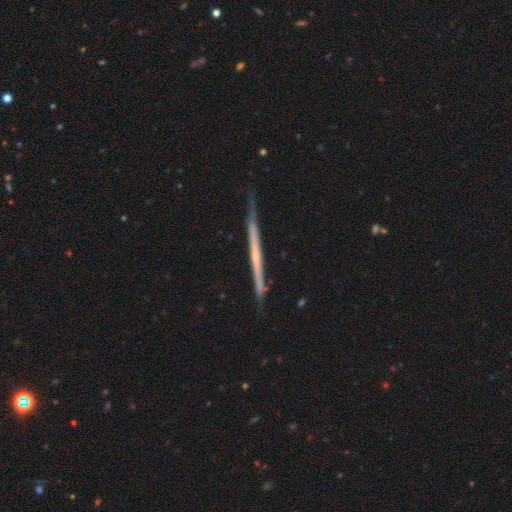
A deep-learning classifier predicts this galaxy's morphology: A featured or disk galaxy (70%) viewed edge-on (97%) with no central bulge (74%). Merging: none (79%).